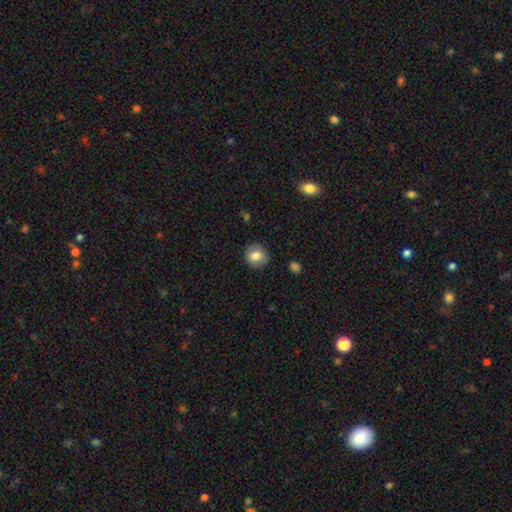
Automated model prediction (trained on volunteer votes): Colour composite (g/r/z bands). It shows a smooth galaxy with no disk features (82%) that is round (88%). Merging: none (89%).